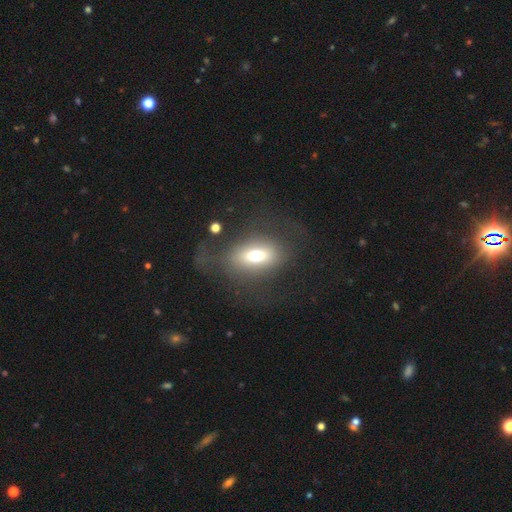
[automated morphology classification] Smooth or featured: smooth — 61% (featured or disk — 27%)
How rounded: in between — 76% (round — 19%)
Merging: none — 55% (major disturbance — 26%)